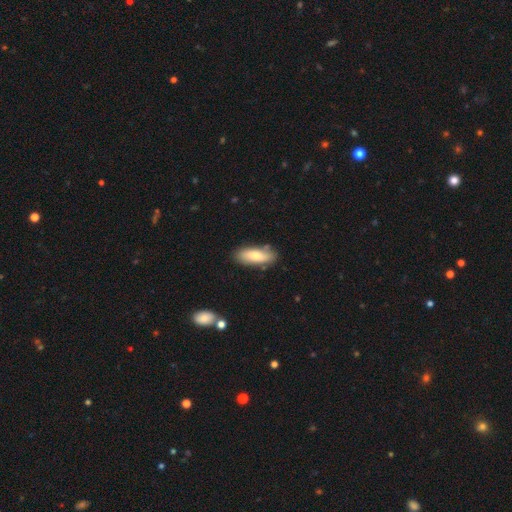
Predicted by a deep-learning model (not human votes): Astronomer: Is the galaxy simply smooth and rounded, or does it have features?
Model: smooth — 77%.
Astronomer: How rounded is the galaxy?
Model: in between — 74%.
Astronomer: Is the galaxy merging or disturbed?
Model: none — 79%.